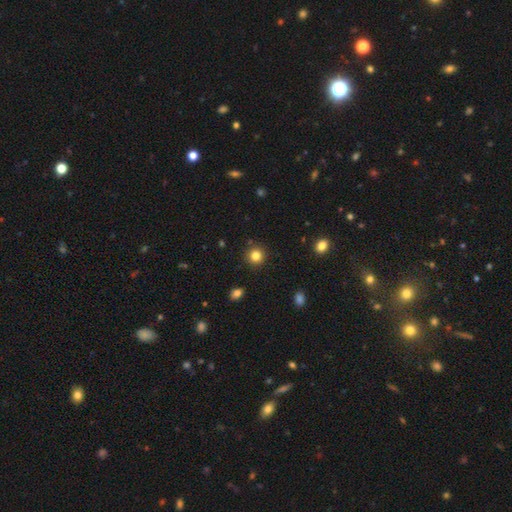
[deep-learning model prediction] A smooth galaxy with no disk features (82%) that is round (93%).

Vote fractions:
- Smooth or featured? smooth: 82% / star or artifact: 12% / featured or disk: 5%
- How rounded? round: 93% / in between: 6% / cigar-shaped: 1%
- Merging? none: 90% / minor disturbance: 6% / major disturbance: 2% / merger: 2%